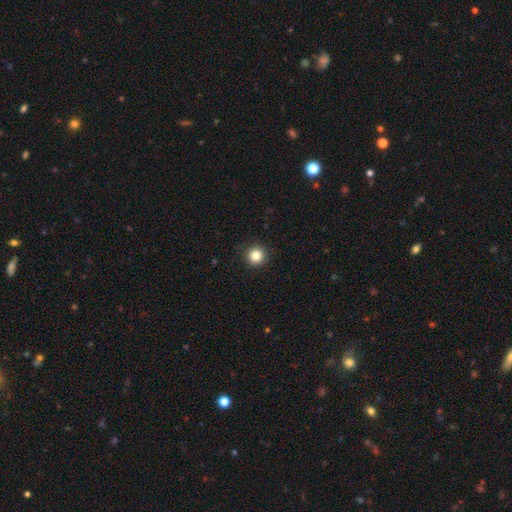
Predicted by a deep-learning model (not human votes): Smooth or featured? smooth (84%)
How rounded? round (95%)
Merging? none (92%)